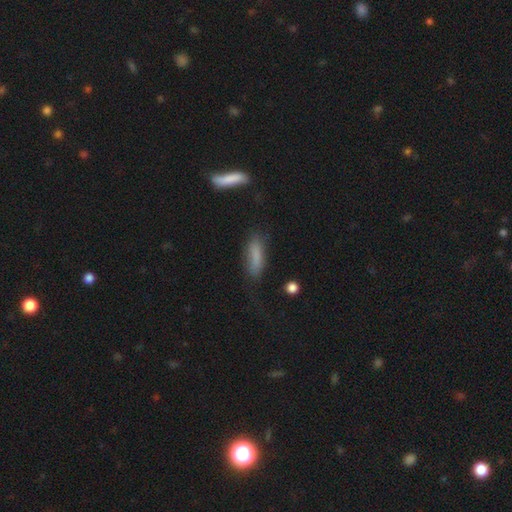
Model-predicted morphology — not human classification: Smooth or featured: smooth — 81% (featured or disk — 11%)
How rounded: cigar-shaped — 56% (in between — 41%)
Merging: none — 68% (minor disturbance — 22%)